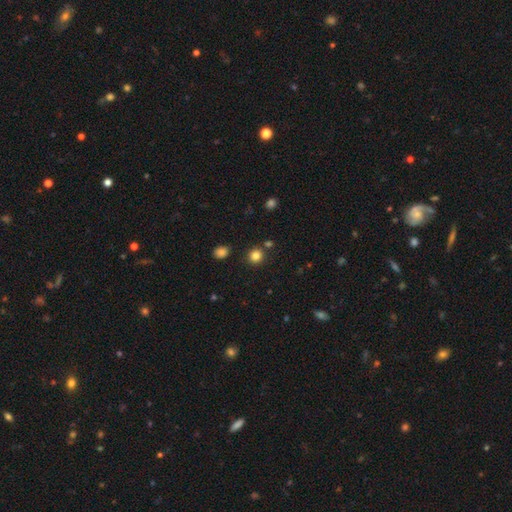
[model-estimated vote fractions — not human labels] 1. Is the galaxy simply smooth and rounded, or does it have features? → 83% smooth, 12% star or artifact, 5% featured or disk.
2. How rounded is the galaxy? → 89% round, 10% in between, 1% cigar-shaped.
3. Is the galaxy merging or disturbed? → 84% none, 8% minor disturbance, 6% merger, 3% major disturbance.